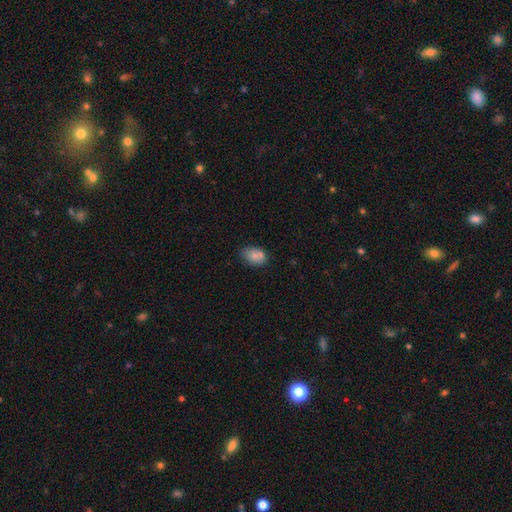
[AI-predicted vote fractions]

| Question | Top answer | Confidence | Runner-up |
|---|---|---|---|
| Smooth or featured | smooth | 80% | featured or disk (12%) |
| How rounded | in between | 84% | round (14%) |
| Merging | none | 58% | minor disturbance (24%) |